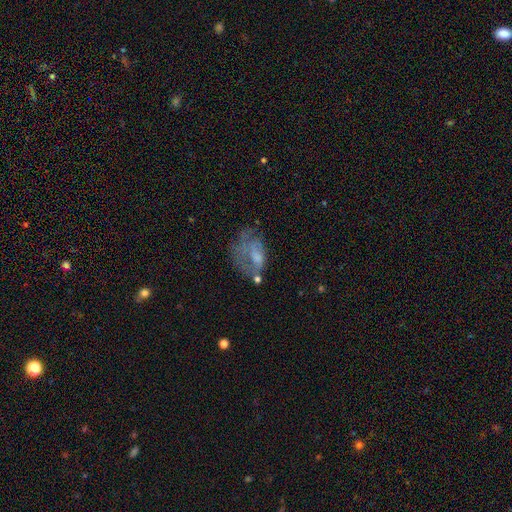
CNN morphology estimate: Smooth or featured: smooth — 44% (tied with featured or disk — 44%)
Merging: major disturbance — 41% (none — 29%)